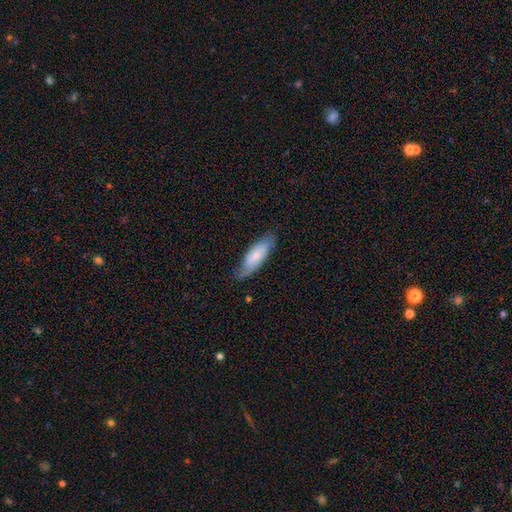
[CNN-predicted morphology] type=smooth (55%); roundness=in between (64%); merging=none (69%).